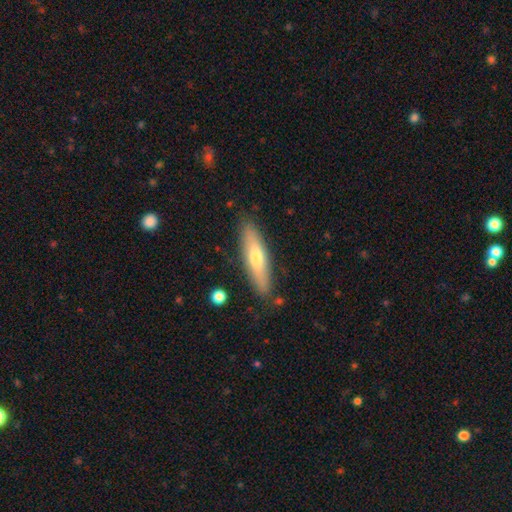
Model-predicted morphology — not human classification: Smooth or featured? smooth (52%)
How rounded? cigar-shaped (76%)
Merging? none (85%)